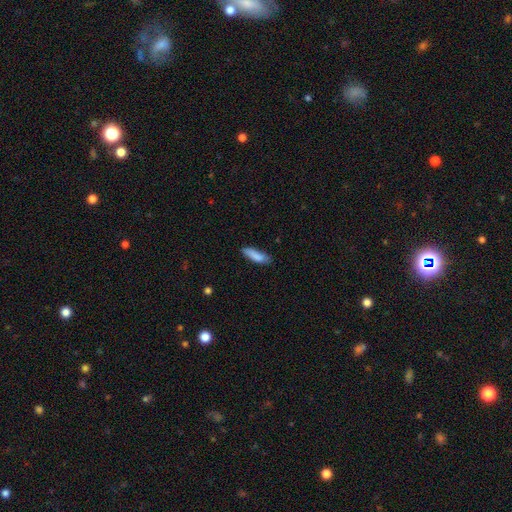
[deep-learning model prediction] smooth-or-featured: smooth: 86% | featured or disk: 8% | star or artifact: 7%
  how-rounded: cigar-shaped: 57% | in between: 42% | round: 2%
  merging: none: 72% | minor disturbance: 22% | major disturbance: 4% | merger: 2%